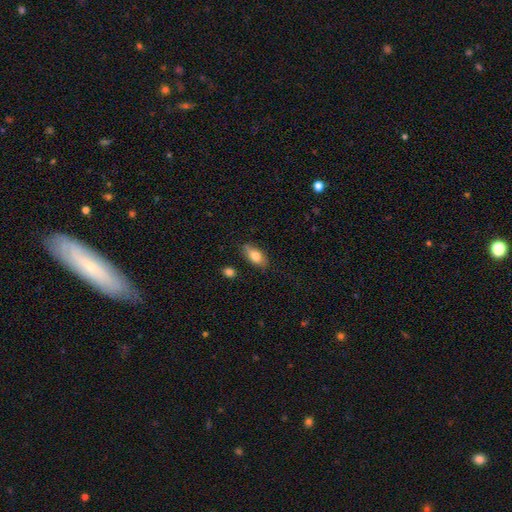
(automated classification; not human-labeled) This is likely a smooth galaxy (71%). How rounded: likely in between (80%). Merging: clearly none (80%).